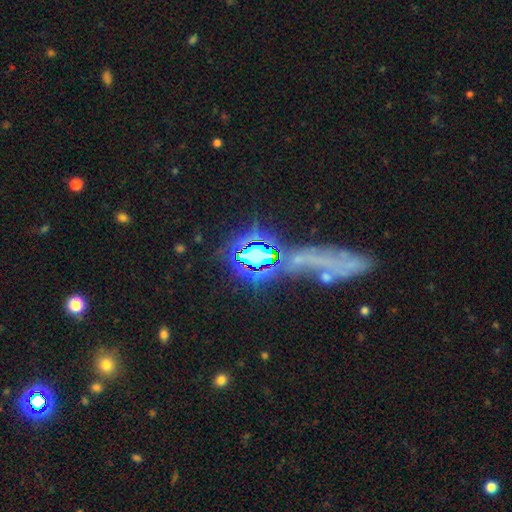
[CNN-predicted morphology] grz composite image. It shows a star or artifact, not a galaxy (63%).